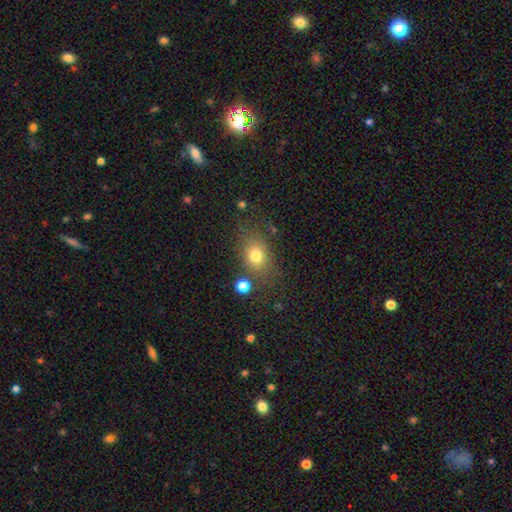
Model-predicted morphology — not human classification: Smooth or featured? smooth (77%)
How rounded? in between (60%)
Merging? none (72%)